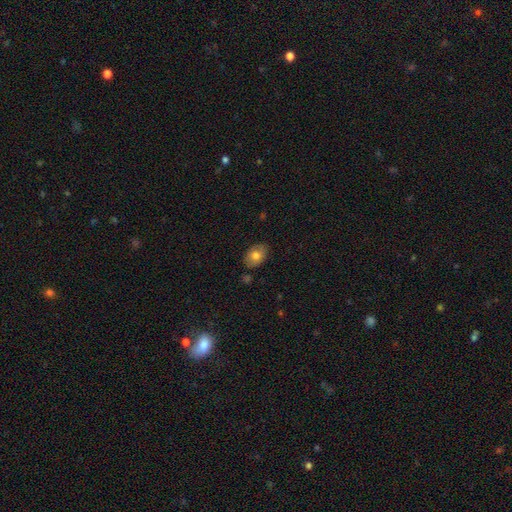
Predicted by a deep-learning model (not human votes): The model was most divided on "smooth or featured": smooth: 75%, featured or disk: 17%, star or artifact: 8%. More confident: how rounded — in between (84%); merging — none (82%).